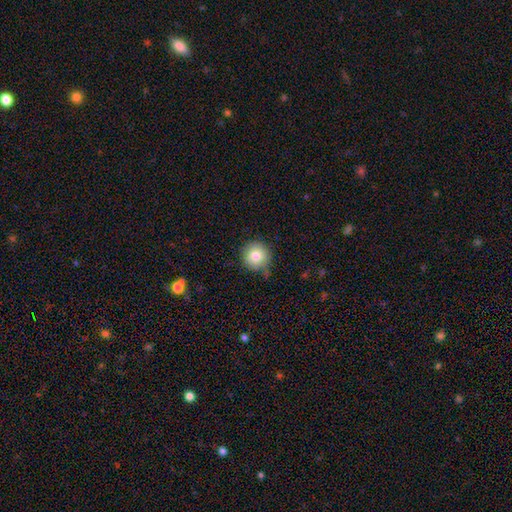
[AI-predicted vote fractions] A smooth galaxy with no disk features (83%) that is round (94%).

Vote fractions:
- Smooth or featured? smooth: 83% / star or artifact: 10% / featured or disk: 8%
- How rounded? round: 94% / in between: 5% / cigar-shaped: 1%
- Merging? none: 73% / minor disturbance: 19% / major disturbance: 5% / merger: 3%